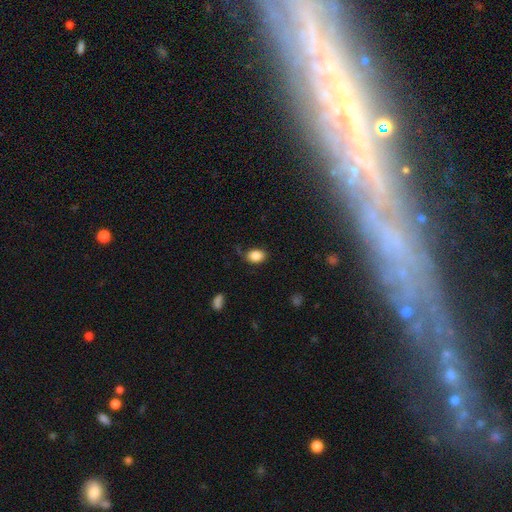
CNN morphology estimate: Smooth or featured?
  - smooth: 86% *
  - star or artifact: 9%
  - featured or disk: 5%
How rounded?
  - in between: 74% *
  - round: 24%
  - cigar-shaped: 1%
Merging?
  - none: 76% *
  - minor disturbance: 17%
  - major disturbance: 5%
  - merger: 2%